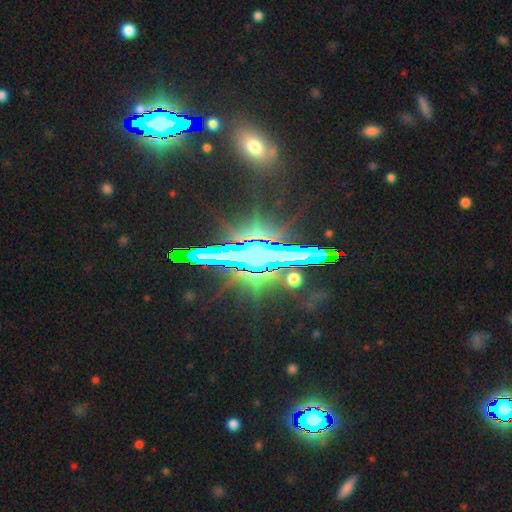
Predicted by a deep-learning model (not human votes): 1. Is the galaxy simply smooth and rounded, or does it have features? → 72% star or artifact, 14% featured or disk, 14% smooth.